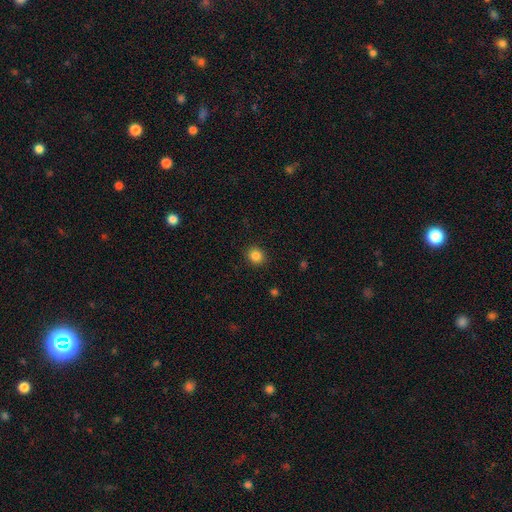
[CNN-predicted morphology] This is clearly a smooth galaxy (85%). How rounded: clearly round (83%). Merging: clearly none (91%).